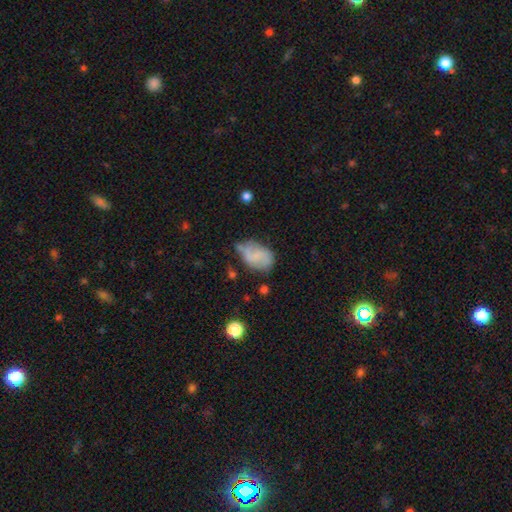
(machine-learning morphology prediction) This is possibly a smooth galaxy (52%). How rounded: clearly in between (84%). Merging: possibly none (50%).